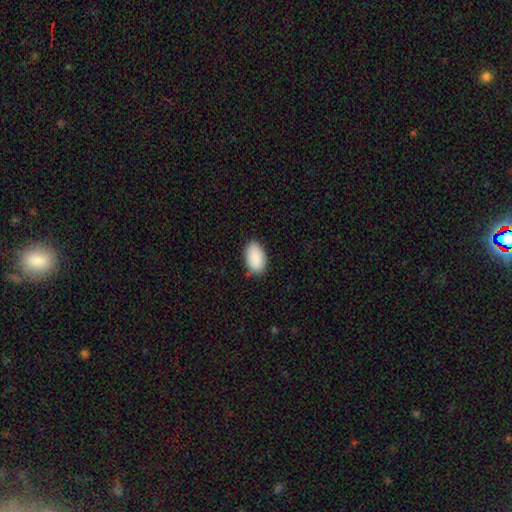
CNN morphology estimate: The model was most divided on "merging": none: 82%, minor disturbance: 14%, major disturbance: 3%, merger: 1%. More confident: how rounded — in between (94%); smooth or featured — smooth (91%).